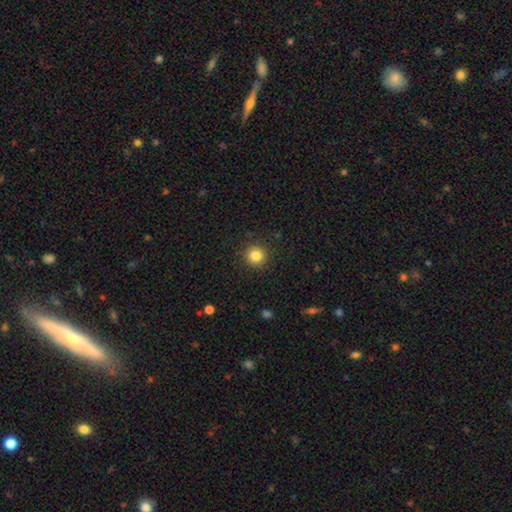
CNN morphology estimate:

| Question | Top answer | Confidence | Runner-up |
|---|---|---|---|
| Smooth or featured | smooth | 84% | star or artifact (11%) |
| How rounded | round | 94% | in between (5%) |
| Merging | none | 91% | minor disturbance (6%) |